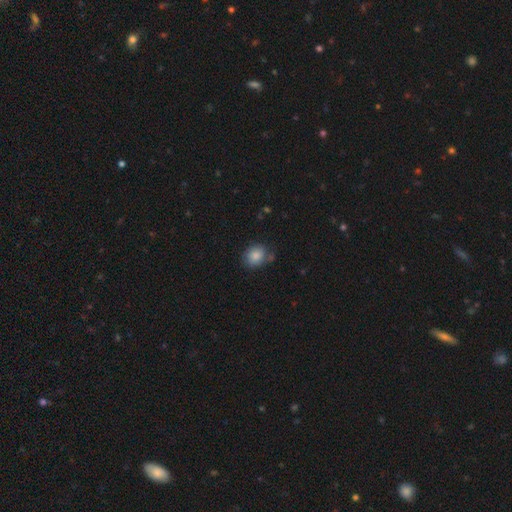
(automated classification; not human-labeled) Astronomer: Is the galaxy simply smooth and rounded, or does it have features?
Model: smooth — 85%.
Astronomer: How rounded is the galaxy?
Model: round — 60% (runner-up: in between, 39%).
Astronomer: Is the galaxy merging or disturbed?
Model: none — 73%.